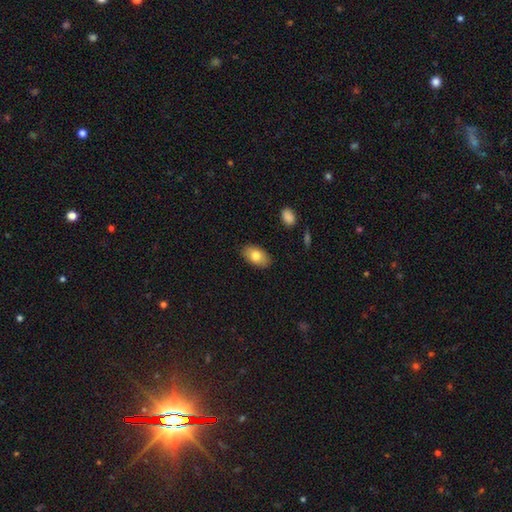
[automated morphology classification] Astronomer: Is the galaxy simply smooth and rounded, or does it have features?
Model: smooth — 78%.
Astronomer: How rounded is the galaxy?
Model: in between — 92%.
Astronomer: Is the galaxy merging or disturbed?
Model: none — 87%.